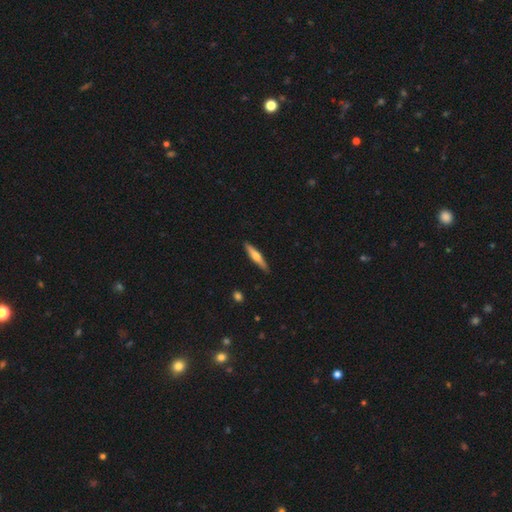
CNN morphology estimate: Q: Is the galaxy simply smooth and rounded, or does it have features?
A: smooth — 51%.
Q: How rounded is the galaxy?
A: cigar-shaped — 90%.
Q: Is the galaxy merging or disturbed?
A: none — 89%.